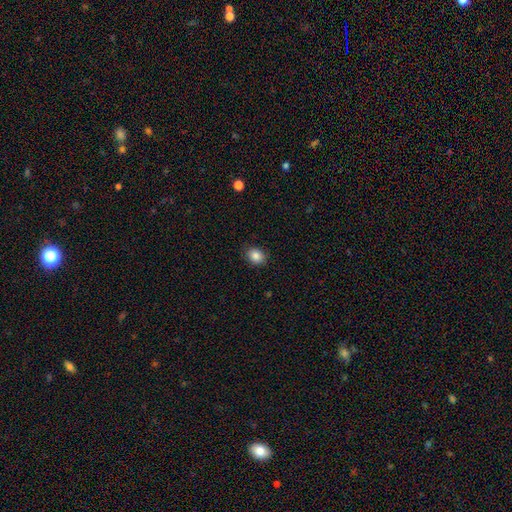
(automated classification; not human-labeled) This is clearly a smooth galaxy (86%). How rounded: possibly in between (53%). Merging: clearly none (87%).